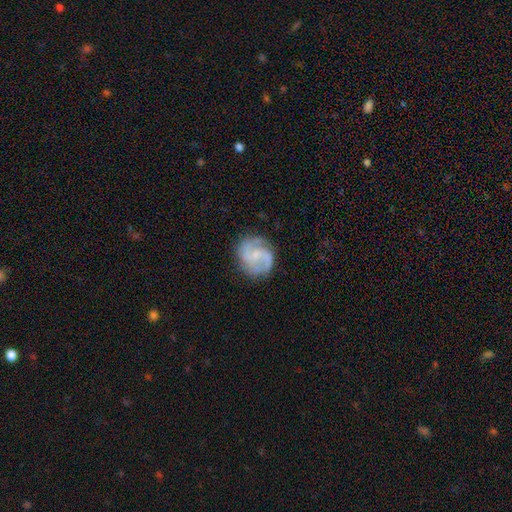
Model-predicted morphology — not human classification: This is clearly a featured or disk galaxy (82%). It is clearly not viewed edge-on (98%). Bar: possibly no (47%). Spiral arm pattern: clearly yes (96%). Spiral arm count: clearly 2 (80%). Spiral winding: possibly medium (54%). Central bulge: possibly small (53%). Merging: likely none (79%).